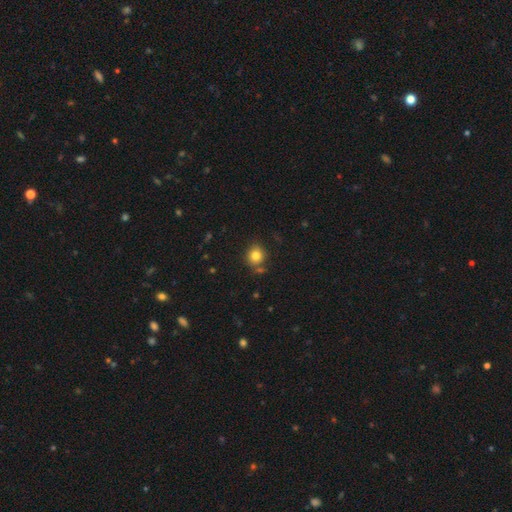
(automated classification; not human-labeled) Morphology: type=smooth (81%); roundness=round (84%); merging=none (78%).